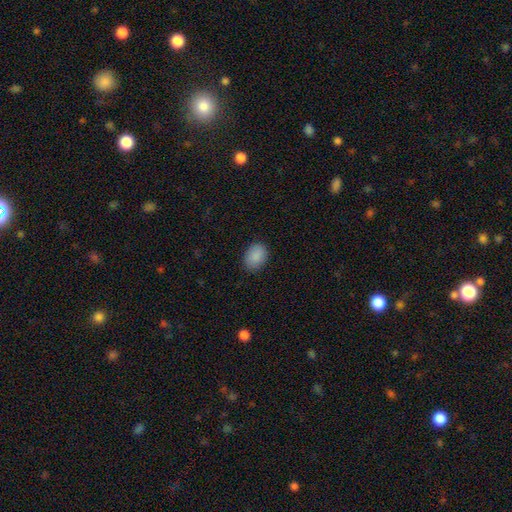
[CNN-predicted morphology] Smooth or featured?
  - smooth: 89% *
  - star or artifact: 7%
  - featured or disk: 4%
How rounded?
  - in between: 71% *
  - round: 28%
  - cigar-shaped: 1%
Merging?
  - none: 85% *
  - minor disturbance: 11%
  - major disturbance: 3%
  - merger: 1%